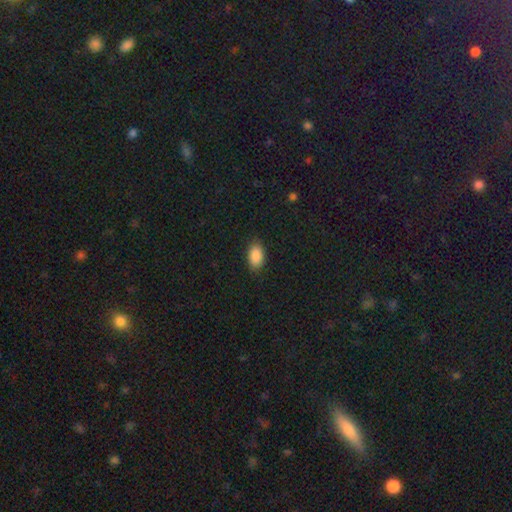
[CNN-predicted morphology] This appears to be a smooth galaxy with no disk features (89%) that is in between round and cigar-shaped (92%). Merging: none (86%).